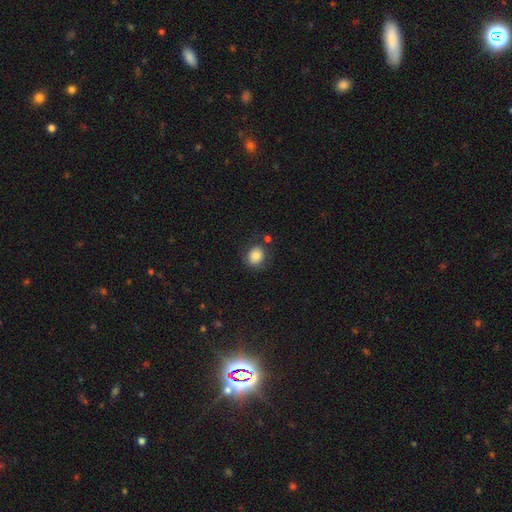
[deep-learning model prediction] Overall: smooth (84%). How rounded: round (64%; in between 35%). Merging: none (73%).